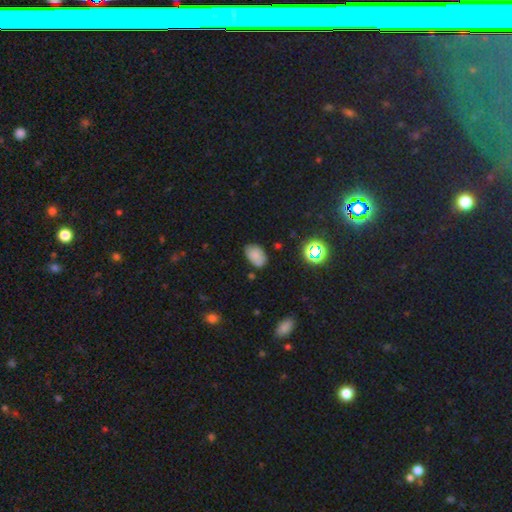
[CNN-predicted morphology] The model was most divided on "merging": none: 69%, minor disturbance: 23%, major disturbance: 5%, merger: 4%. More confident: how rounded — in between (88%); smooth or featured — smooth (75%).